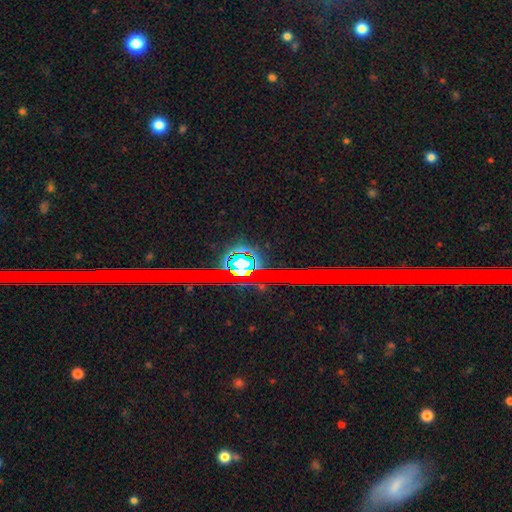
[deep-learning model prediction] smooth_or_featured: star or artifact (p=0.77) [alt: featured or disk p=0.14]